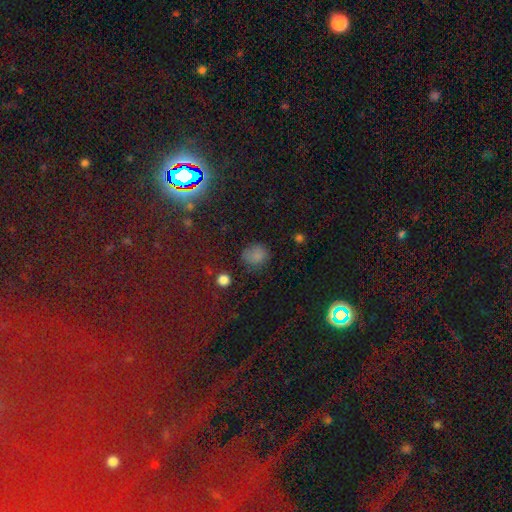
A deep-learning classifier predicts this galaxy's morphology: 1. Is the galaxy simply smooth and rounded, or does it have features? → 74% smooth, 19% star or artifact, 7% featured or disk.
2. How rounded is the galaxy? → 75% round, 24% in between, 1% cigar-shaped.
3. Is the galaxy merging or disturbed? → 69% none, 21% minor disturbance, 8% major disturbance, 3% merger.